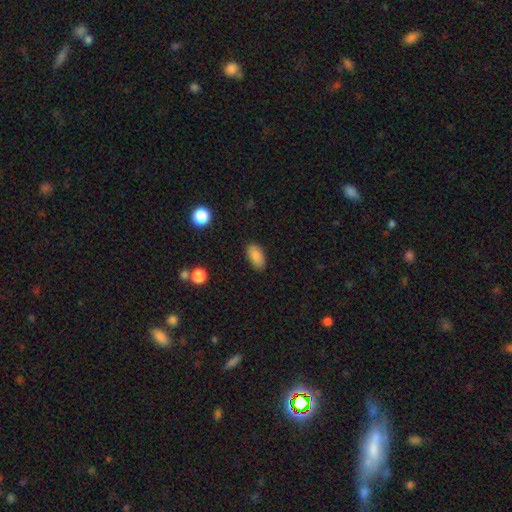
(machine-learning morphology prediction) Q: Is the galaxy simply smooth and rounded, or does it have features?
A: smooth — 87%.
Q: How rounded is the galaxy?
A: in between — 92%.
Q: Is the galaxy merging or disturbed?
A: none — 86%.